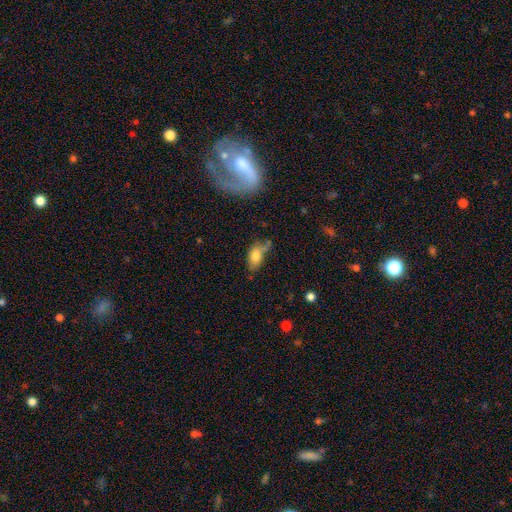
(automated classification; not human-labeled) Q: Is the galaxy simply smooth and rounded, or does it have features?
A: smooth — 77%.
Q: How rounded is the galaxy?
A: in between — 87%.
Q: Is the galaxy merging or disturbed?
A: none — 41%.